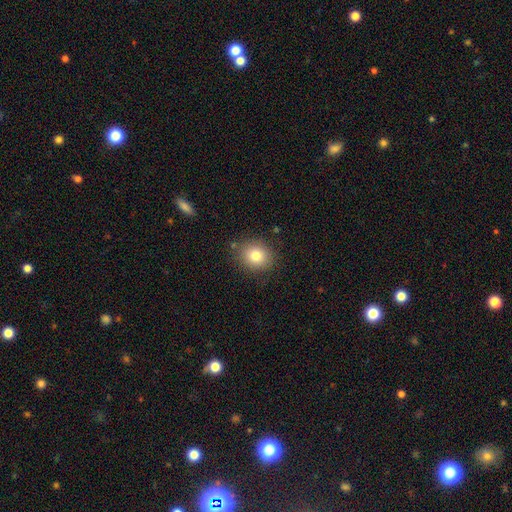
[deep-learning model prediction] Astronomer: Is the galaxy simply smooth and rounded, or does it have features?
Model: smooth — 79%.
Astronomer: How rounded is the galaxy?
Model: round — 72%.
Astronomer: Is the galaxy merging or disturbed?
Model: none — 84%.